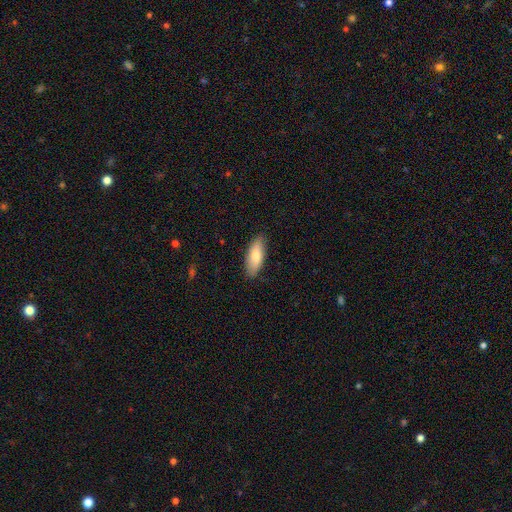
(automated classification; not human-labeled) This is likely a smooth galaxy (75%). How rounded: likely in between (72%). Merging: clearly none (85%).